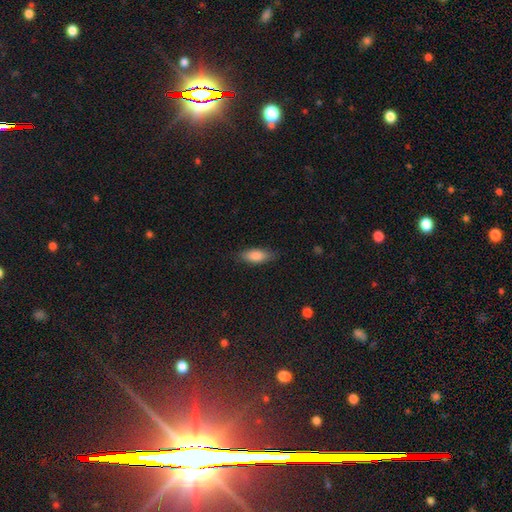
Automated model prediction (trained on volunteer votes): Smooth or featured? smooth (82%)
How rounded? in between (74%)
Merging? none (82%)